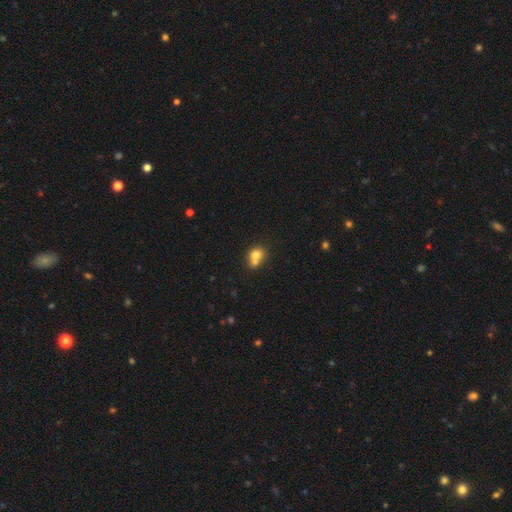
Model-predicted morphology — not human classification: type=smooth (73%); roundness=round (70%); merging=merger (56%).